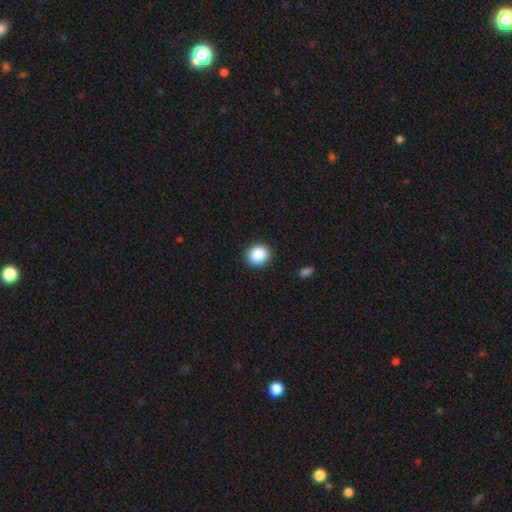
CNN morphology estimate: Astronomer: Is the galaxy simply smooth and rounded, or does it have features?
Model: smooth — 88%.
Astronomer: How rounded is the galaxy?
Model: round — 75%.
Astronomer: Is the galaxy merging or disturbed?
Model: none — 90%.